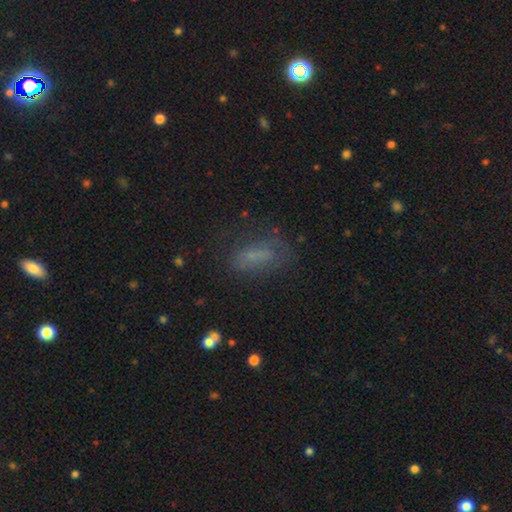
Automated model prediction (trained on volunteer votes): smooth 62%, featured or disk 21%, star or artifact 17%. Down the decision tree: how rounded — in between (64%); merging — none (59%).